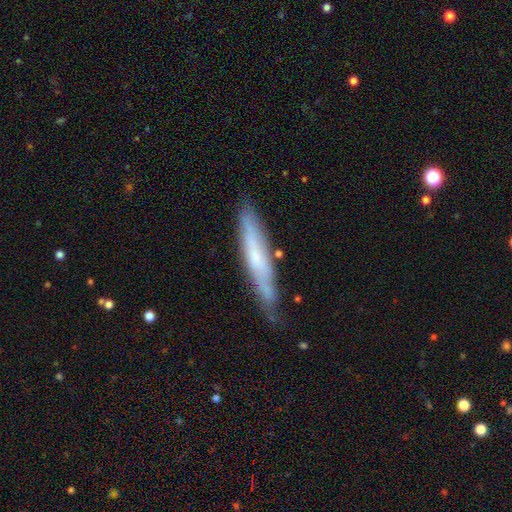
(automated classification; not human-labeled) The model was most divided on "smooth or featured" (2-way tie): featured or disk: 47%, smooth: 47%, star or artifact: 6%. More confident: merging — none (67%).